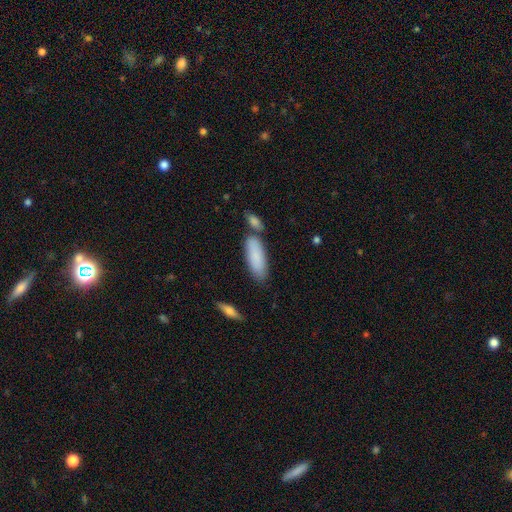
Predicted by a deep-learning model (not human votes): A smooth galaxy with no disk features (85%) that is in between round and cigar-shaped (64%). Merging: none (61%).